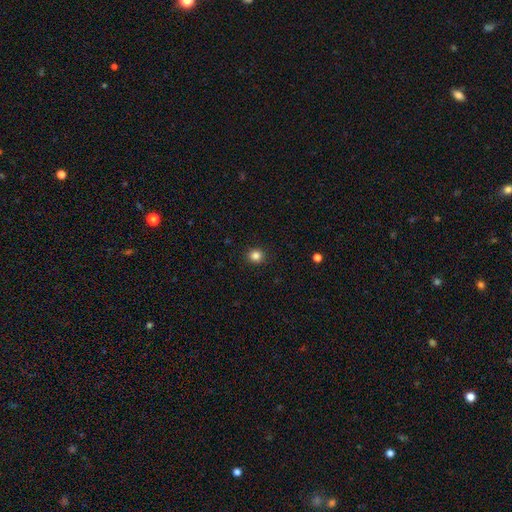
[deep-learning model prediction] This appears to be a smooth galaxy with no disk features (84%) that is round (88%). Merging: none (91%).